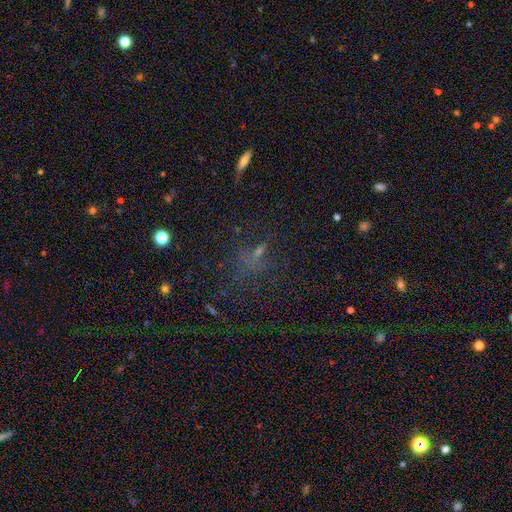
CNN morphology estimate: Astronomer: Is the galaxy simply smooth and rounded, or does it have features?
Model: star or artifact — 41% (runner-up: smooth, 39%).